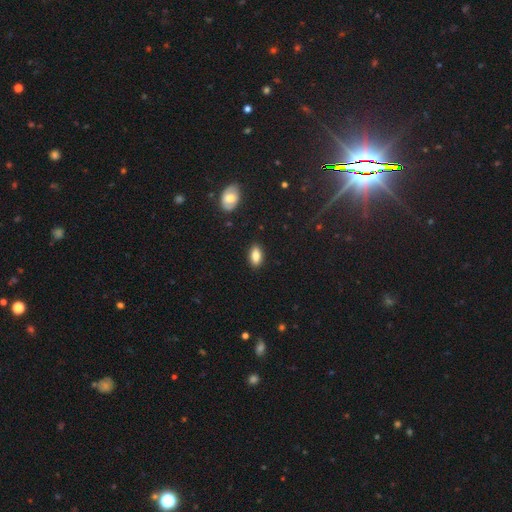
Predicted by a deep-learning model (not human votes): Overall: smooth (84%). How rounded: in between (91%). Merging: none (88%).